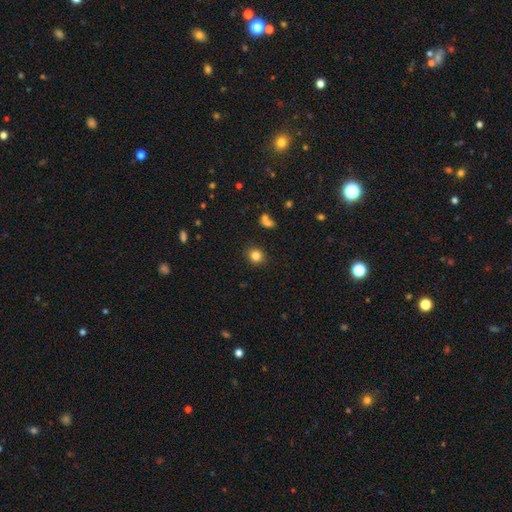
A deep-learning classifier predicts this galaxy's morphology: Overall: smooth (83%). How rounded: round (82%). Merging: none (88%).